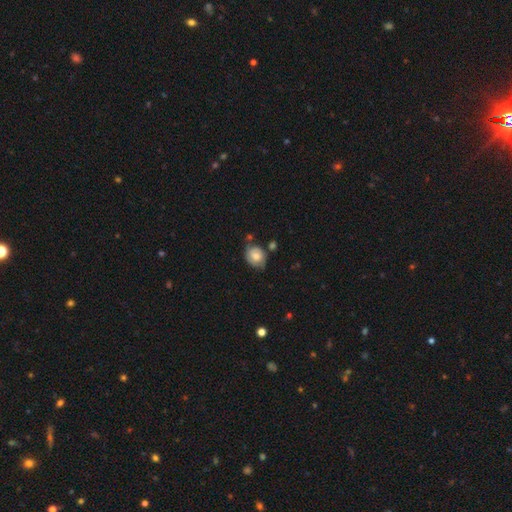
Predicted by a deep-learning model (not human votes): Q: Smooth or featured?
A: smooth (56%); runner-up: featured or disk (36%)
Q: How rounded?
A: round (61%); runner-up: in between (38%)
Q: Merging?
A: none (60%); runner-up: minor disturbance (26%)